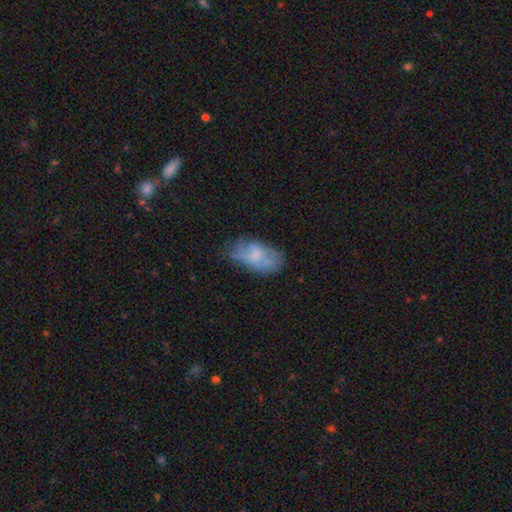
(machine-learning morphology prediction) Smooth or featured? Predicted: smooth (p=0.53). How rounded? Predicted: in between (p=0.92). Merging? Predicted: none (p=0.48).